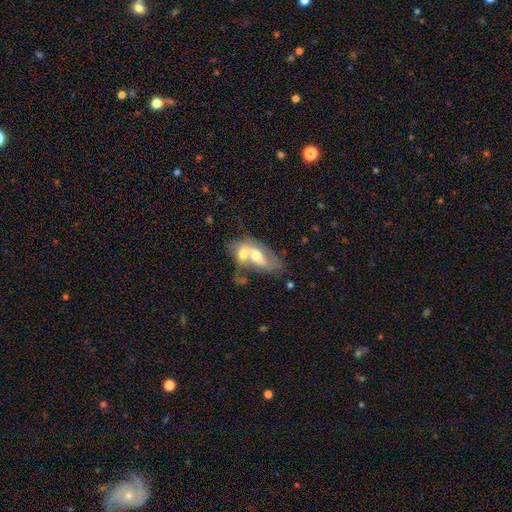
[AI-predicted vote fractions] This is possibly a featured or disk galaxy (47%). Merging: likely merger (70%).